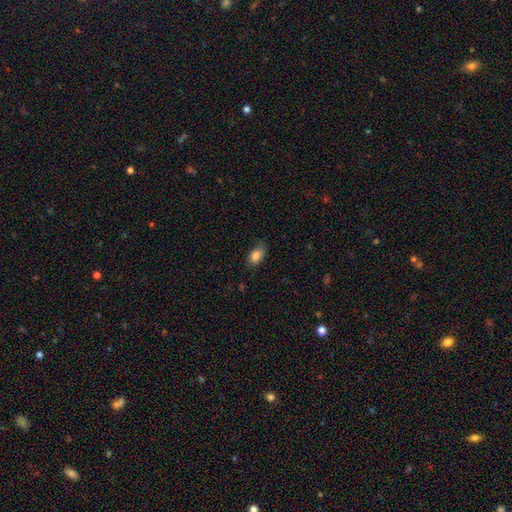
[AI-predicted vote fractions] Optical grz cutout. It shows a smooth galaxy with no disk features (85%) that is in between round and cigar-shaped (90%). Merging: none (70%).